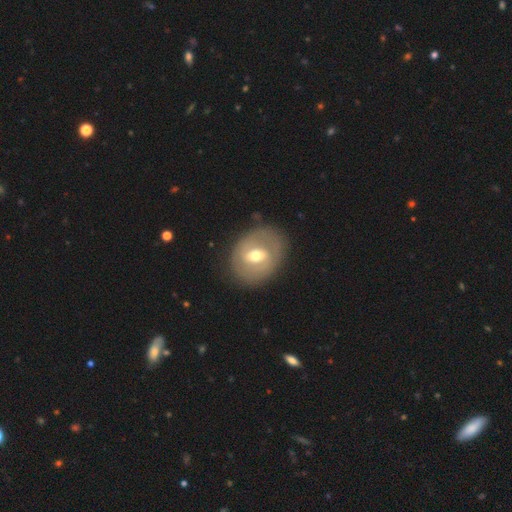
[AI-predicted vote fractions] Smooth or featured?
  - featured or disk: 57% *
  - smooth: 36%
  - star or artifact: 7%
Edge-on disk?
  - no: 94% *
  - yes: 6%
Bar?
  - weak: 50% *
  - no: 28%
  - strong: 22%
Spiral arms?
  - no: 59% *
  - yes: 41%
Bulge size?
  - moderate: 70% *
  - small: 21%
  - large: 7%
  - dominant: 1%
  - none: 1%
Merging?
  - none: 79% *
  - minor disturbance: 14%
  - major disturbance: 5%
  - merger: 2%